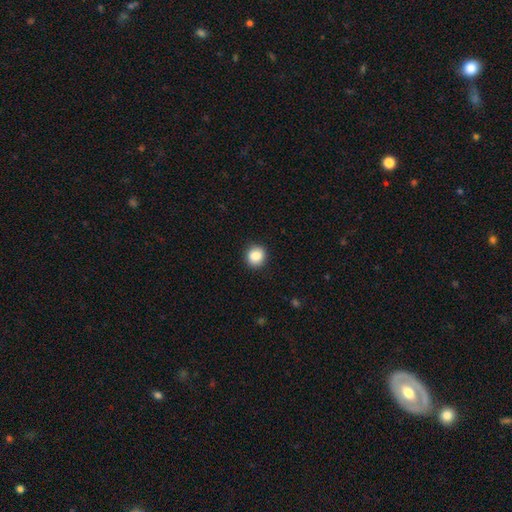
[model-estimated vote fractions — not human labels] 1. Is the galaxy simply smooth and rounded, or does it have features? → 86% smooth, 9% star or artifact, 5% featured or disk.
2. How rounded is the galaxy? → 86% round, 13% in between, 1% cigar-shaped.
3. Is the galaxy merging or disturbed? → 91% none, 6% minor disturbance, 2% major disturbance, 1% merger.